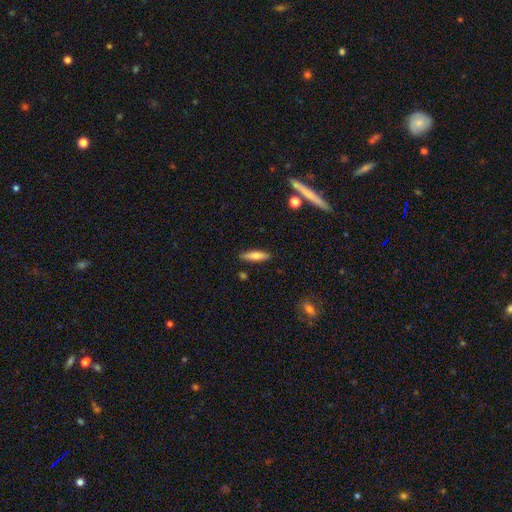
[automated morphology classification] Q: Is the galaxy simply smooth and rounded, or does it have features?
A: smooth — 71%.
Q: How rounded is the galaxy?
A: cigar-shaped — 69%.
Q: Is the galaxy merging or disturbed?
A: none — 87%.